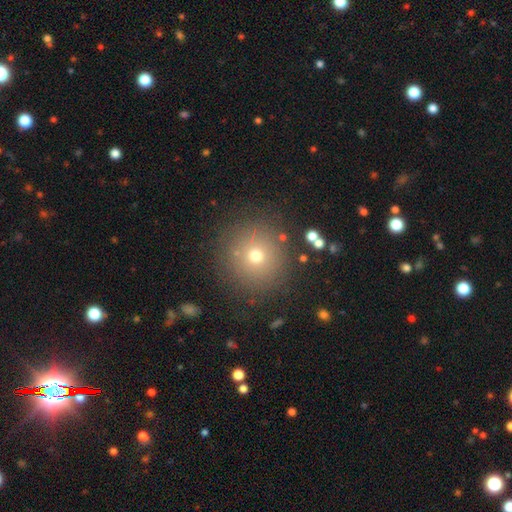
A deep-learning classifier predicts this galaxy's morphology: Smooth or featured?
  - smooth: 68% *
  - star or artifact: 19%
  - featured or disk: 13%
How rounded?
  - round: 95% *
  - in between: 4%
  - cigar-shaped: 1%
Merging?
  - none: 86% *
  - minor disturbance: 8%
  - major disturbance: 4%
  - merger: 2%